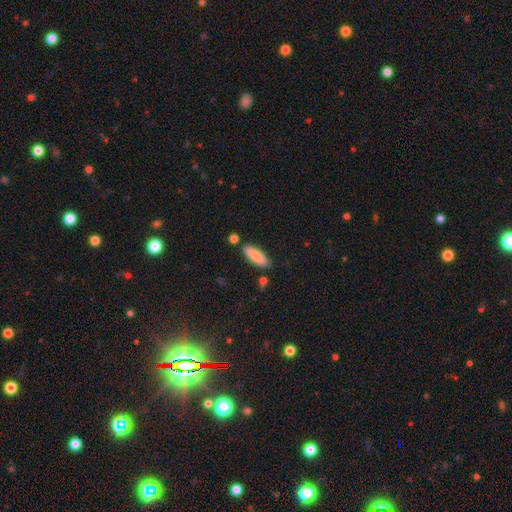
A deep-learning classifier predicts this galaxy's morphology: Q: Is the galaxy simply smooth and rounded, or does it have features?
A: smooth — 82%.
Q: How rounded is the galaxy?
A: in between — 61%.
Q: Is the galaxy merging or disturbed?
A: none — 81%.